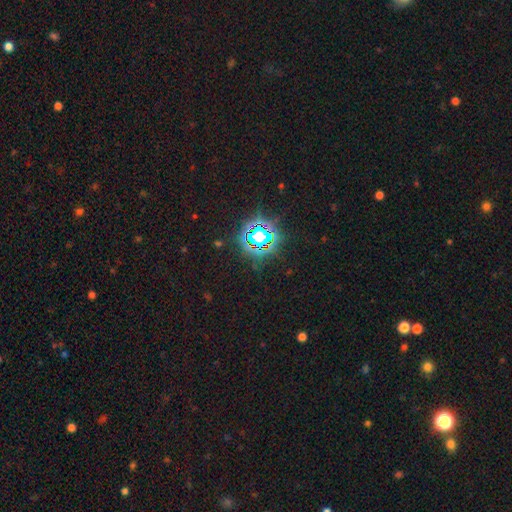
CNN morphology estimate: This appears to be a star or artifact, not a galaxy (83%).